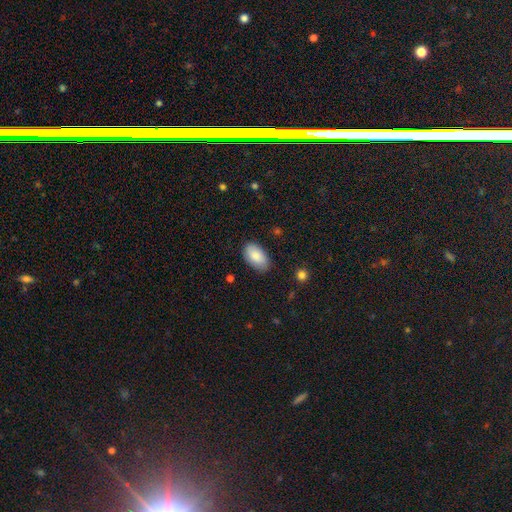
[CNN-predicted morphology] Smooth or featured? smooth (87%)
How rounded? in between (95%)
Merging? none (83%)